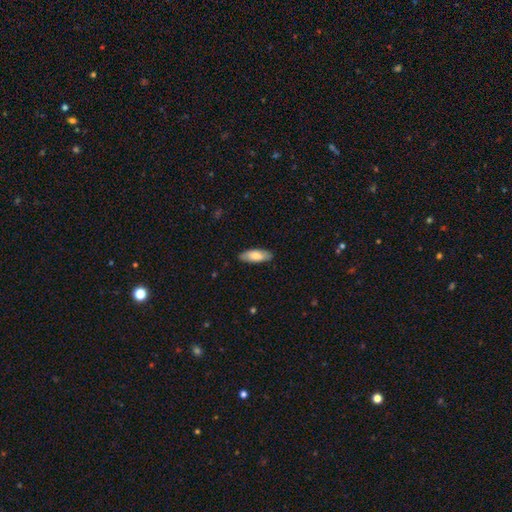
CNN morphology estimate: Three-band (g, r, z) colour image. It shows a smooth galaxy with no disk features (77%) that is in between round and cigar-shaped (71%). Merging: none (86%).